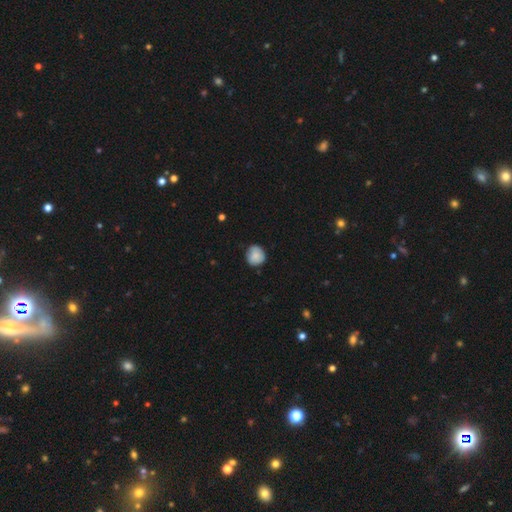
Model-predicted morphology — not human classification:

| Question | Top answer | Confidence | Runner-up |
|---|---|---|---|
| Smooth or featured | smooth | 81% | featured or disk (11%) |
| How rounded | round | 86% | in between (13%) |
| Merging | none | 75% | minor disturbance (21%) |